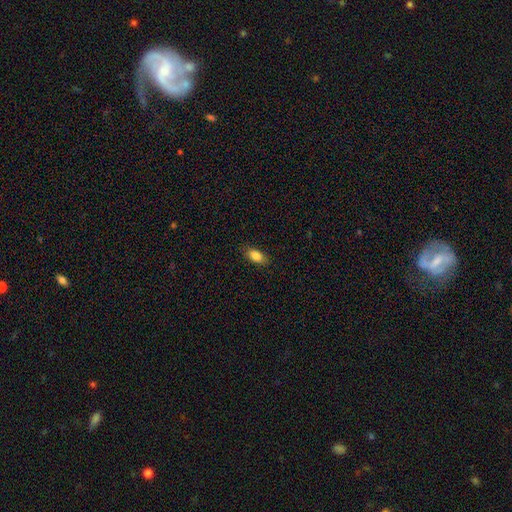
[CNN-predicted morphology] smooth 85%, star or artifact 8%, featured or disk 7%. Down the decision tree: how rounded — in between (88%); merging — none (86%).